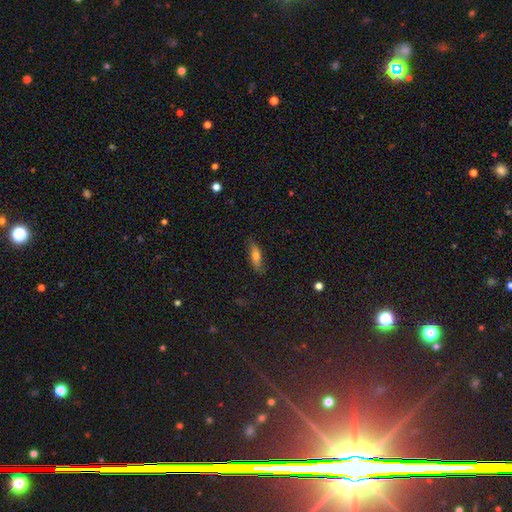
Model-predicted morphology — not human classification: smooth 68%, featured or disk 24%, star or artifact 8%. Down the decision tree: how rounded — cigar-shaped (51%); merging — none (82%).